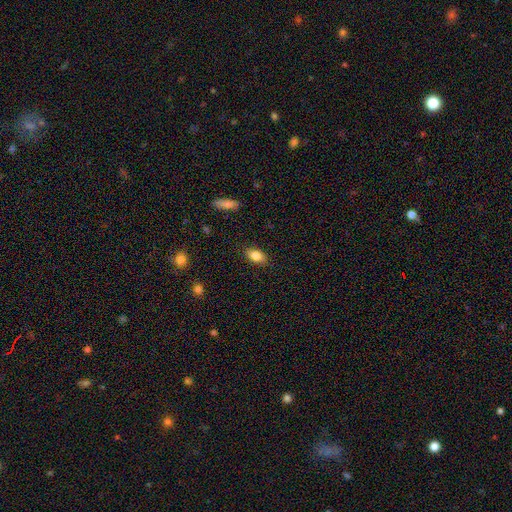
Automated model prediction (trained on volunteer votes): A smooth galaxy with no disk features (86%) that is in between round and cigar-shaped (89%). Merging: none (86%).